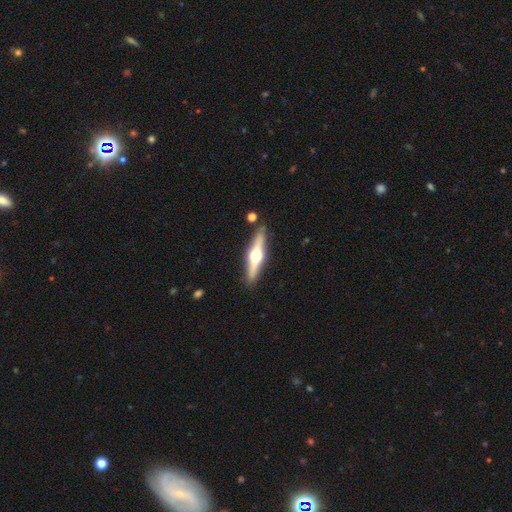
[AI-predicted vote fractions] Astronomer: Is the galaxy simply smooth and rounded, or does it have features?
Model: featured or disk — 71%.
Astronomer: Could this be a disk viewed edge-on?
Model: yes — 97%.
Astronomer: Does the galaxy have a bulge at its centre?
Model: rounded — 96%.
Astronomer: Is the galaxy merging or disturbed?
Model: none — 86%.